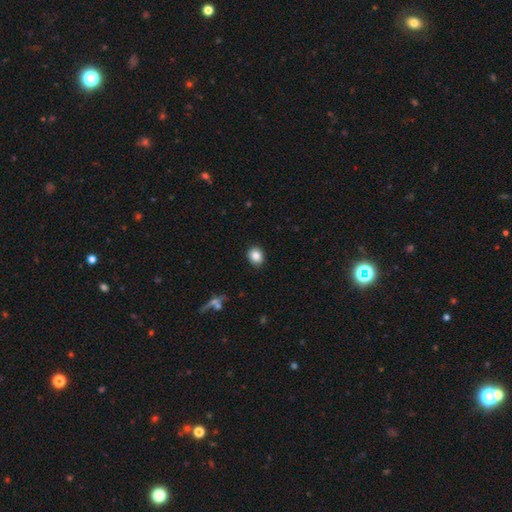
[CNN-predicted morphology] A smooth galaxy with no disk features (84%) that is round (60%). Merging: none (90%).